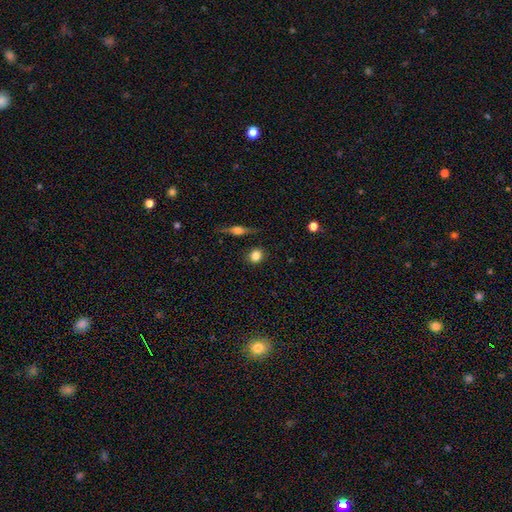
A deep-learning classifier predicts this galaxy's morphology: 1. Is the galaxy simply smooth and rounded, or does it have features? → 82% smooth, 9% star or artifact, 9% featured or disk.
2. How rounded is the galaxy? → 73% round, 25% in between, 2% cigar-shaped.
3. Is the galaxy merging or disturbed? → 86% none, 9% minor disturbance, 3% major disturbance, 2% merger.